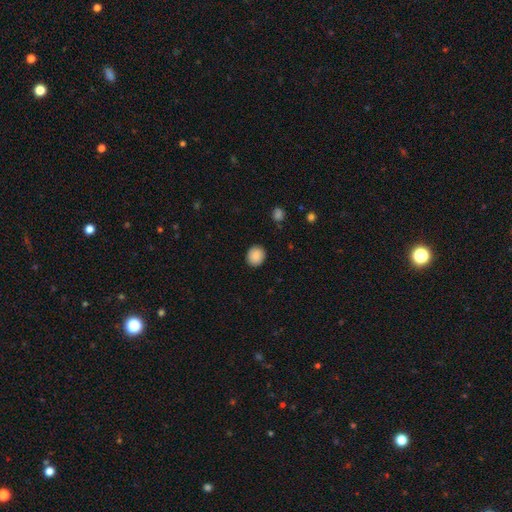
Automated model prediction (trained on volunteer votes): Smooth or featured: smooth — 88% (star or artifact — 8%)
How rounded: round — 82% (in between — 17%)
Merging: none — 90% (minor disturbance — 7%)